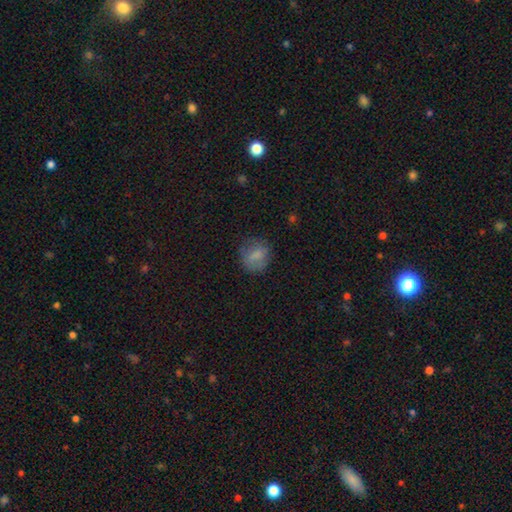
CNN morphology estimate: smooth_or_featured: smooth (p=0.75) [alt: featured or disk p=0.16]
how_rounded: round (p=0.73) [alt: in between p=0.26]
merging: none (p=0.68) [alt: minor disturbance p=0.21]